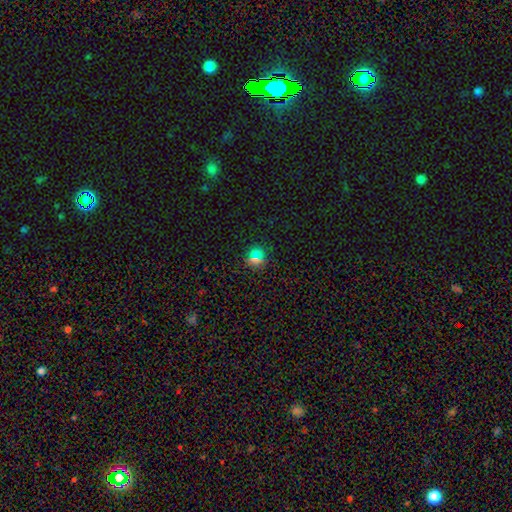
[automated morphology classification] smooth-or-featured: smooth: 62% | star or artifact: 30% | featured or disk: 9%
  how-rounded: round: 90% | in between: 8% | cigar-shaped: 2%
  merging: none: 87% | minor disturbance: 8% | major disturbance: 3% | merger: 2%